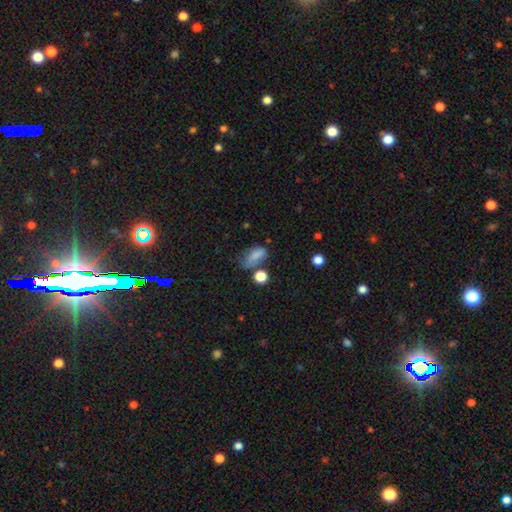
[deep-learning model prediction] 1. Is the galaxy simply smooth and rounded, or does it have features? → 78% smooth, 11% star or artifact, 11% featured or disk.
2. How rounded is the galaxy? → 84% in between, 10% round, 6% cigar-shaped.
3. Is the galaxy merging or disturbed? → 37% none, 31% minor disturbance, 19% major disturbance, 13% merger.